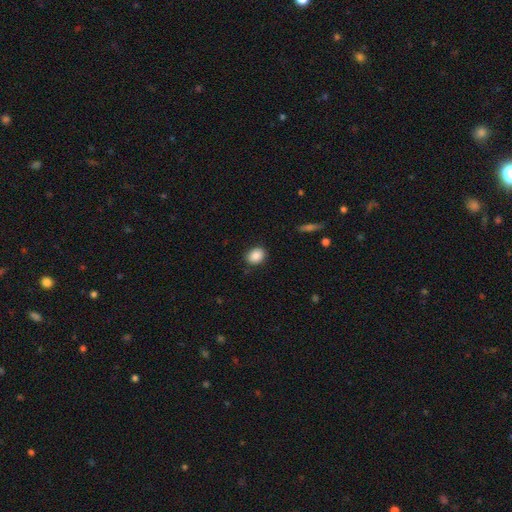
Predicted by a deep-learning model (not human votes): The model was most divided on "how rounded": in between: 55%, round: 44%, cigar-shaped: 1%. More confident: merging — none (87%); smooth or featured — smooth (87%).